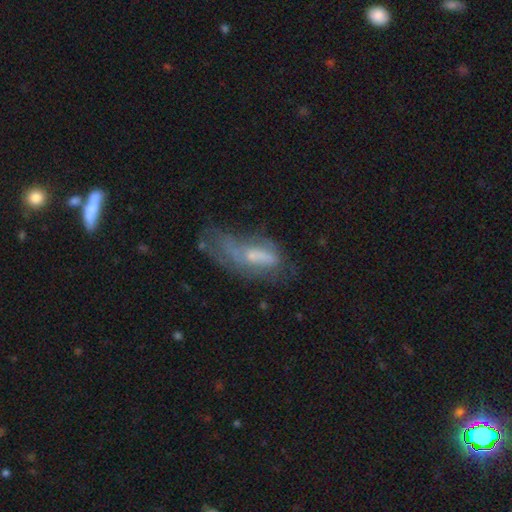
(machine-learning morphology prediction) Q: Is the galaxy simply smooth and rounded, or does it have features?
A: featured or disk — 50%.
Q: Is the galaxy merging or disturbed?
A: major disturbance — 40%.